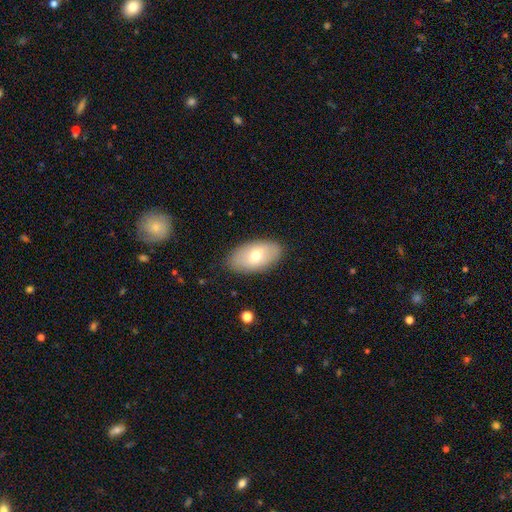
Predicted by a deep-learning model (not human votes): smooth-or-featured: smooth: 65% | featured or disk: 28% | star or artifact: 7%
  how-rounded: in between: 93% | round: 5% | cigar-shaped: 2%
  merging: none: 85% | minor disturbance: 11% | major disturbance: 3% | merger: 1%